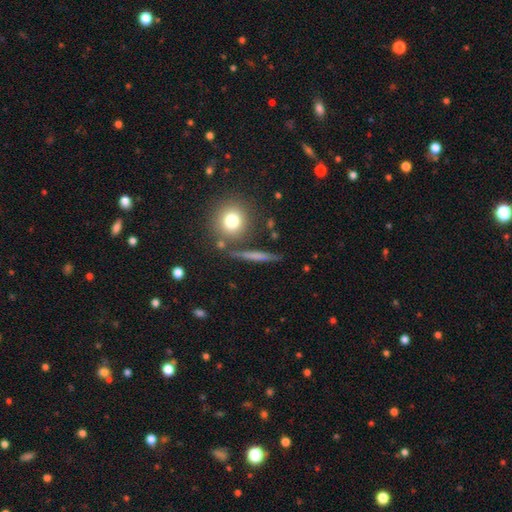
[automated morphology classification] smooth-or-featured: smooth: 52% | featured or disk: 37% | star or artifact: 11%
  how-rounded: cigar-shaped: 75% | round: 15% | in between: 9%
  merging: none: 82% | minor disturbance: 10% | merger: 4% | major disturbance: 3%